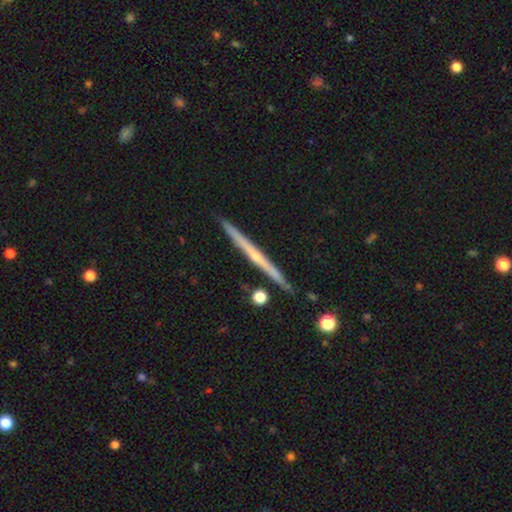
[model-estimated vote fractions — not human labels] Smooth or featured: featured or disk — 72% (smooth — 21%)
Edge-on disk: yes — 98% (no — 2%)
Edge-on bulge: rounded — 50% (none — 46%)
Merging: none — 90% (minor disturbance — 7%)